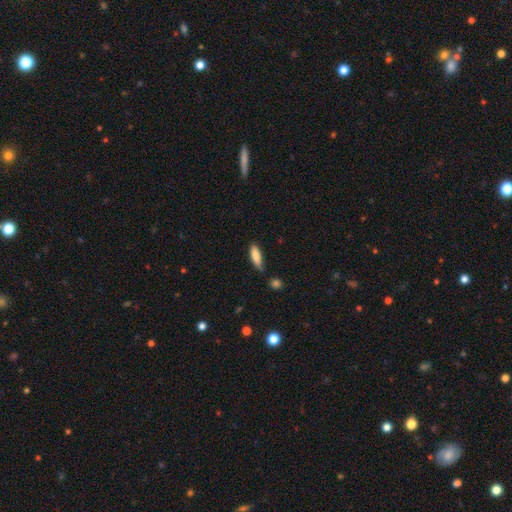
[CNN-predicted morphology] A smooth galaxy with no disk features (83%) that is cigar-shaped (51%). Merging: none (66%).